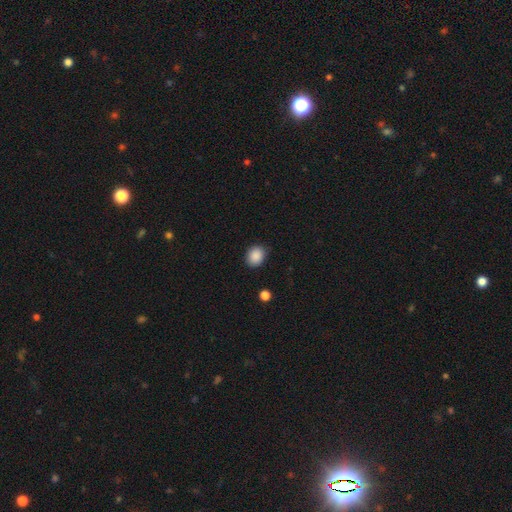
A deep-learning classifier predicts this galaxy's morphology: Smooth or featured? smooth (88%)
How rounded? round (57%)
Merging? none (84%)